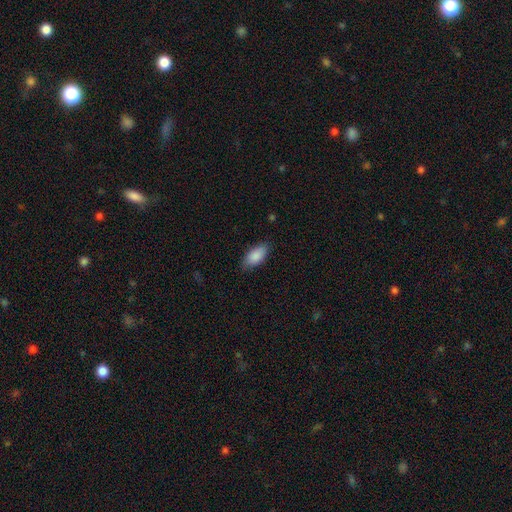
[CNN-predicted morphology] type=smooth (88%); roundness=in between (89%); merging=none (82%).